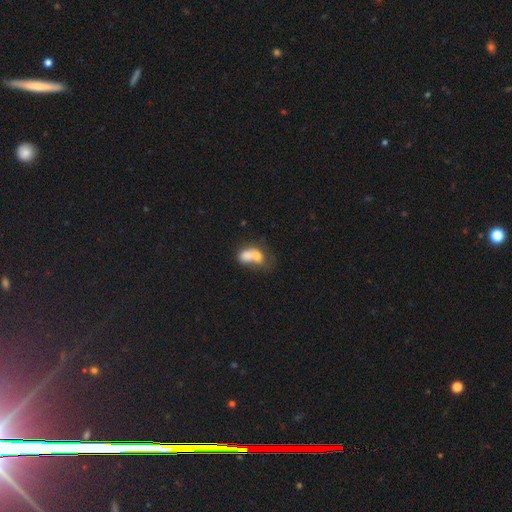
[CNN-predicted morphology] Overall: smooth (67%). How rounded: in between (67%; round 31%). Merging: merger (73%).